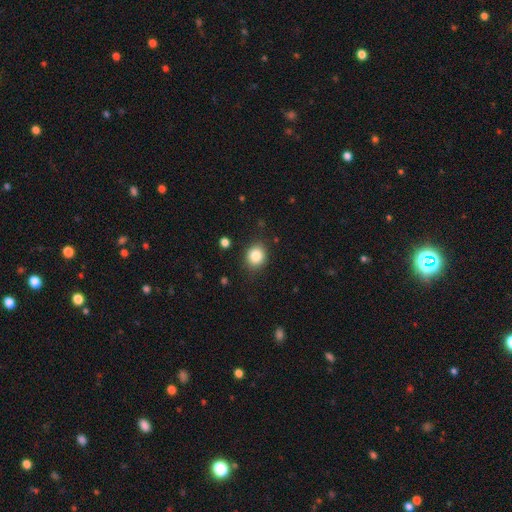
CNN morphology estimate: Overall: smooth (84%). How rounded: round (72%). Merging: none (86%).